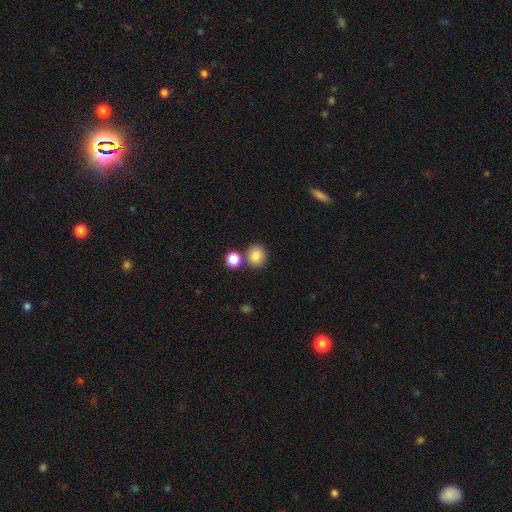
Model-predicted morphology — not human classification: Q: Smooth or featured?
A: smooth (84%); runner-up: star or artifact (10%)
Q: How rounded?
A: round (81%); runner-up: in between (18%)
Q: Merging?
A: none (75%); runner-up: merger (14%)